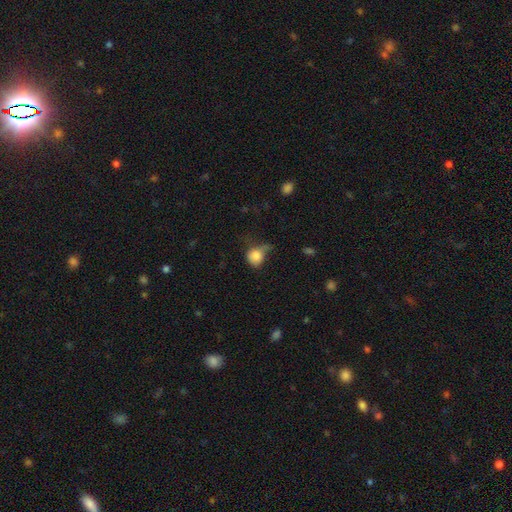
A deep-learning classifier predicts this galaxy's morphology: Q: Smooth or featured?
A: smooth (80%); runner-up: featured or disk (11%)
Q: How rounded?
A: round (69%); runner-up: in between (29%)
Q: Merging?
A: minor disturbance (34%); runner-up: none (33%)